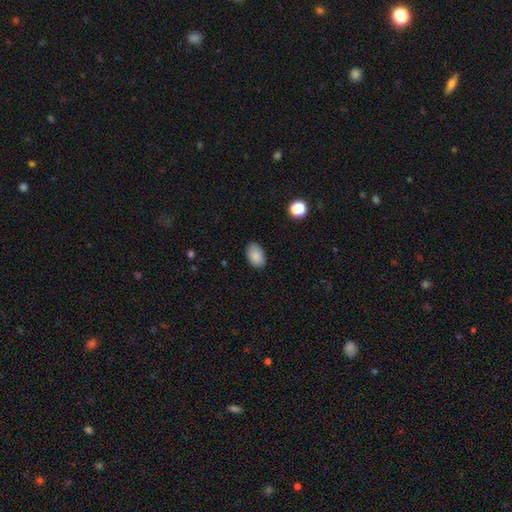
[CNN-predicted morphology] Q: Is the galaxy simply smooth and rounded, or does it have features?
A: smooth — 88%.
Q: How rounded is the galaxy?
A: in between — 91%.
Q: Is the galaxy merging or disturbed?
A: none — 85%.